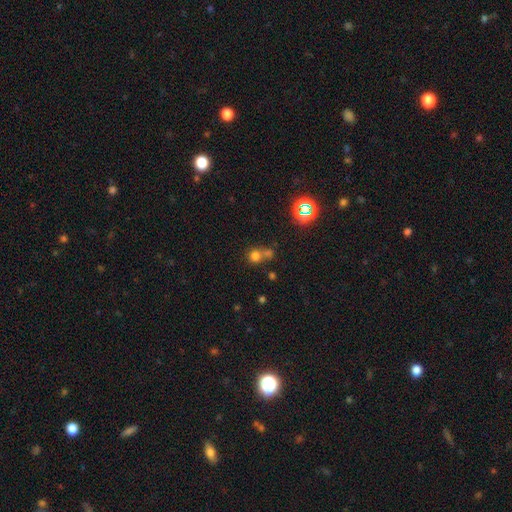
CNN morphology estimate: type=smooth (69%); roundness=round (86%); merging=none (45%).